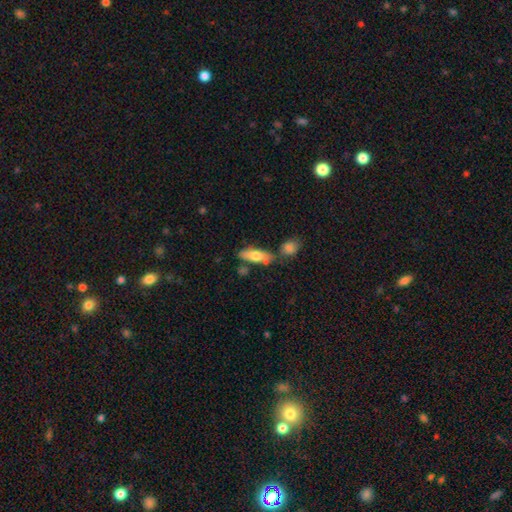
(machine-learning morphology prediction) Smooth or featured?
  - smooth: 67% *
  - featured or disk: 27%
  - star or artifact: 6%
How rounded?
  - in between: 64% *
  - cigar-shaped: 33%
  - round: 3%
Merging?
  - none: 62% *
  - merger: 17%
  - minor disturbance: 16%
  - major disturbance: 5%